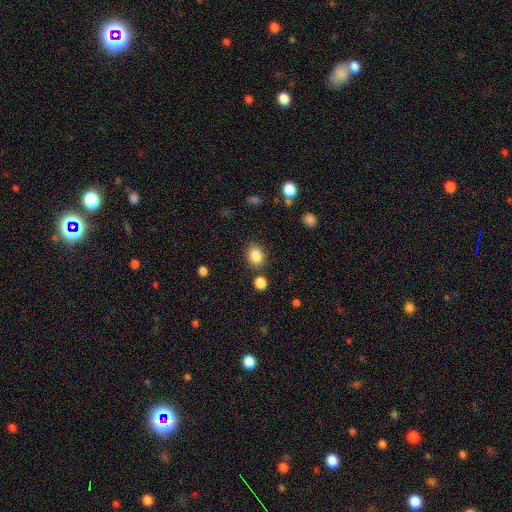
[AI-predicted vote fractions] Overall: smooth (85%). How rounded: in between (61%; round 38%). Merging: none (81%).